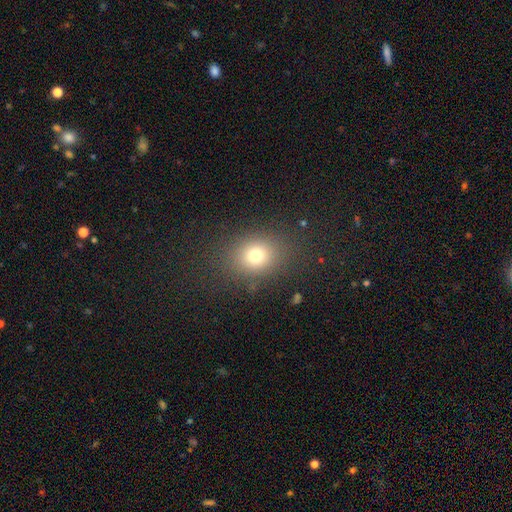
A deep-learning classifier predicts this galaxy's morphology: Smooth or featured?
  - smooth: 74% *
  - star or artifact: 16%
  - featured or disk: 10%
How rounded?
  - round: 59% *
  - in between: 40%
  - cigar-shaped: 1%
Merging?
  - none: 83% *
  - minor disturbance: 10%
  - major disturbance: 6%
  - merger: 1%